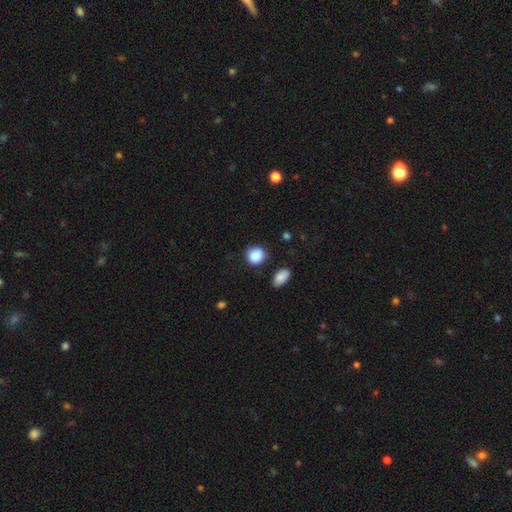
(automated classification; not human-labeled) smooth 88%, star or artifact 8%, featured or disk 4%. Down the decision tree: how rounded — round (78%); merging — none (81%).